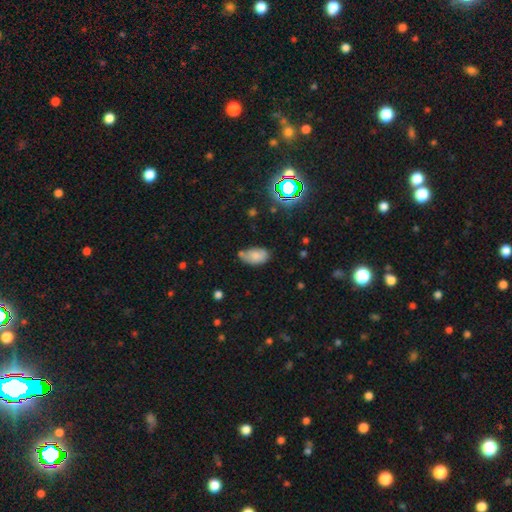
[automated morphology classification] This appears to be a smooth galaxy with no disk features (77%) that is in between round and cigar-shaped (92%). Merging: none (49%).